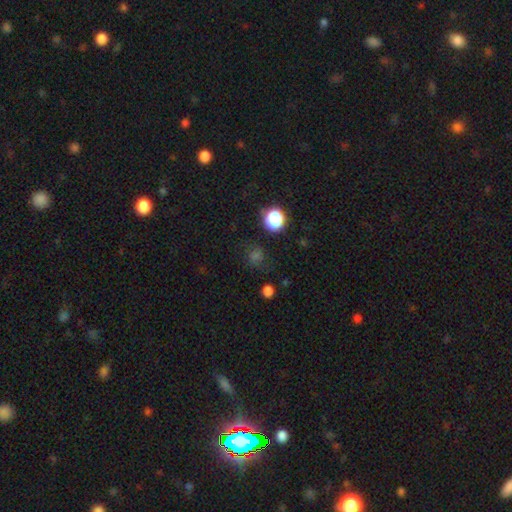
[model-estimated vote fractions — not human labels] This is possibly a smooth galaxy (57%). How rounded: likely round (79%). Merging: likely none (73%).